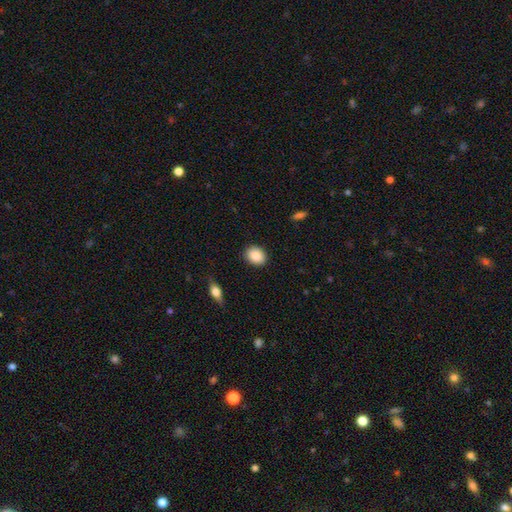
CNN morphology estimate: This appears to be a smooth galaxy with no disk features (89%) that is round (52%). Merging: none (88%).